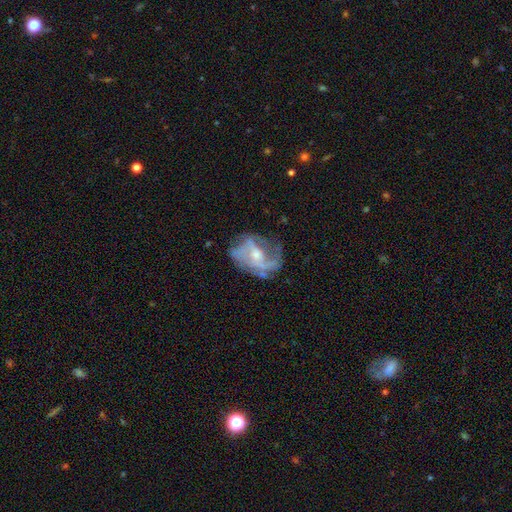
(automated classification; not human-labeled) This appears to be a featured or disk galaxy (76%) with no bar (53%), 2 (40%) medium (40%) spiral arms (77%) and a moderate central bulge (53%). Merging: none (52%).